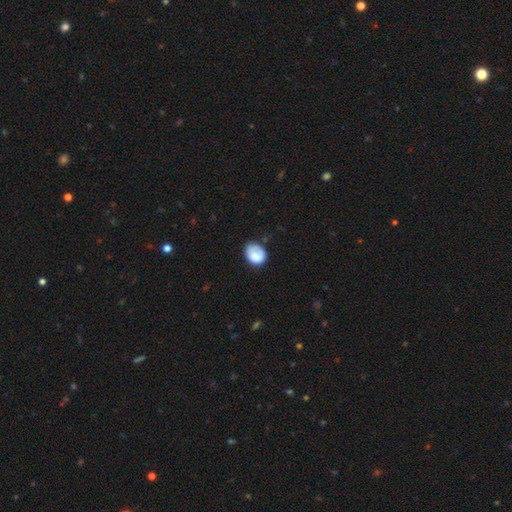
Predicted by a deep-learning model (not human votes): A smooth galaxy with no disk features (80%) that is in between round and cigar-shaped (56%). Merging: none (56%).